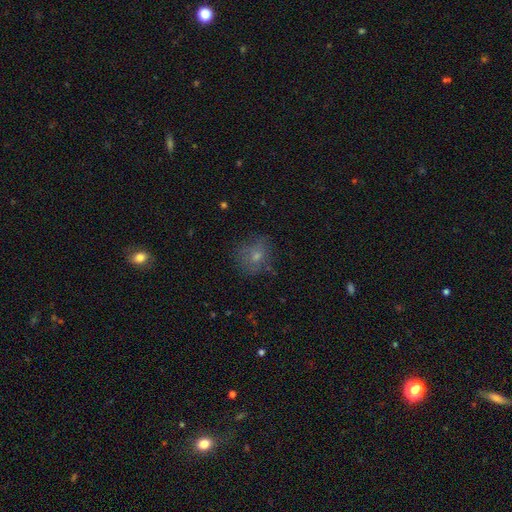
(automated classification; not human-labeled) smooth-or-featured: smooth: 62% | featured or disk: 25% | star or artifact: 13%
  how-rounded: round: 64% | in between: 35% | cigar-shaped: 1%
  merging: none: 58% | minor disturbance: 23% | major disturbance: 16% | merger: 2%